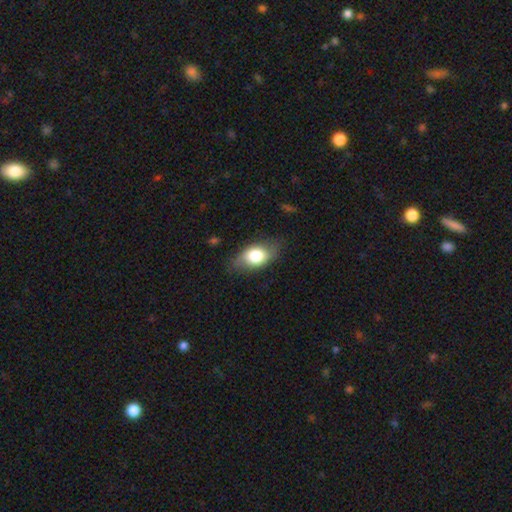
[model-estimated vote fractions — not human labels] Q: Smooth or featured?
A: smooth (72%); runner-up: featured or disk (21%)
Q: How rounded?
A: in between (85%); runner-up: round (11%)
Q: Merging?
A: none (72%); runner-up: minor disturbance (21%)